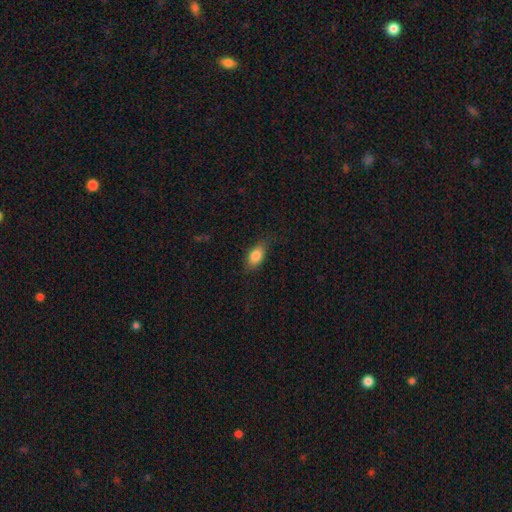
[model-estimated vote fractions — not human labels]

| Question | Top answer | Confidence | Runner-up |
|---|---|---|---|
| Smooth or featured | smooth | 83% | featured or disk (10%) |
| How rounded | in between | 86% | cigar-shaped (8%) |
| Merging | none | 71% | minor disturbance (22%) |